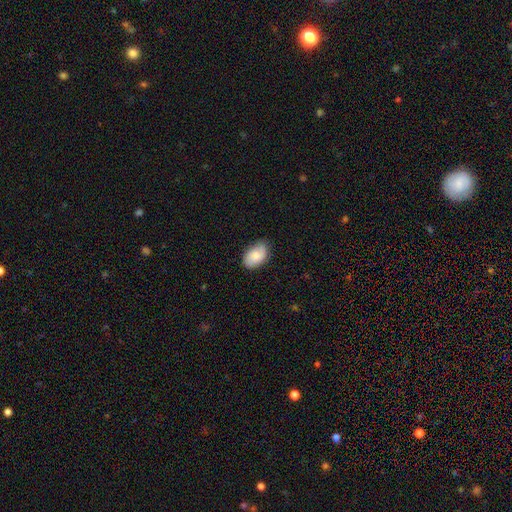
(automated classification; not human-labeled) smooth_or_featured: smooth (p=0.70) [alt: featured or disk p=0.23]
how_rounded: in between (p=0.89) [alt: round p=0.09]
merging: none (p=0.75) [alt: minor disturbance p=0.20]